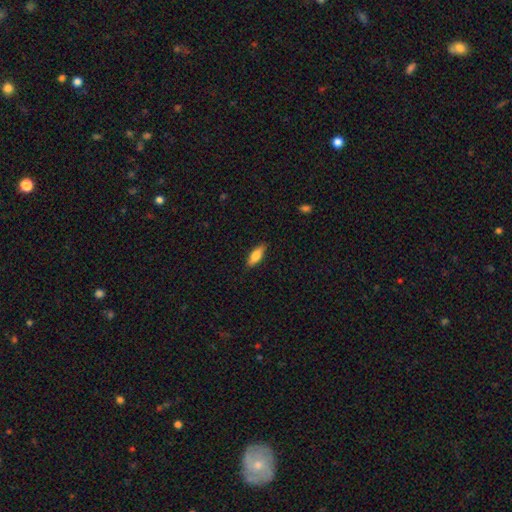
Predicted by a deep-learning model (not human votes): The model was most divided on "how rounded": in between: 64%, cigar-shaped: 34%, round: 2%. More confident: merging — none (84%); smooth or featured — smooth (76%).